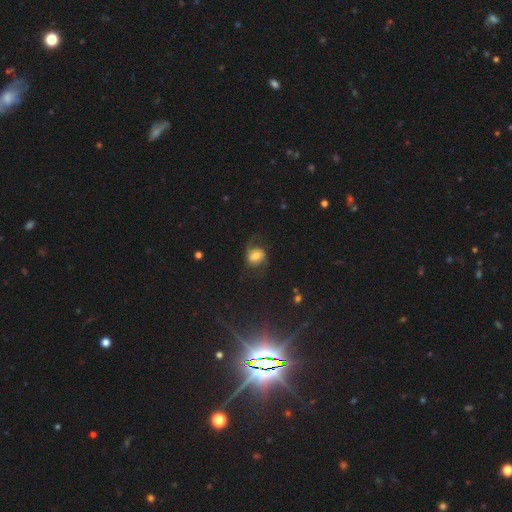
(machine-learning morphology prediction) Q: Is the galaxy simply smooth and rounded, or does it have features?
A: featured or disk — 51%.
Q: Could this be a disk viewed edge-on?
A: no — 97%.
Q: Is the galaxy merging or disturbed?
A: none — 62%.